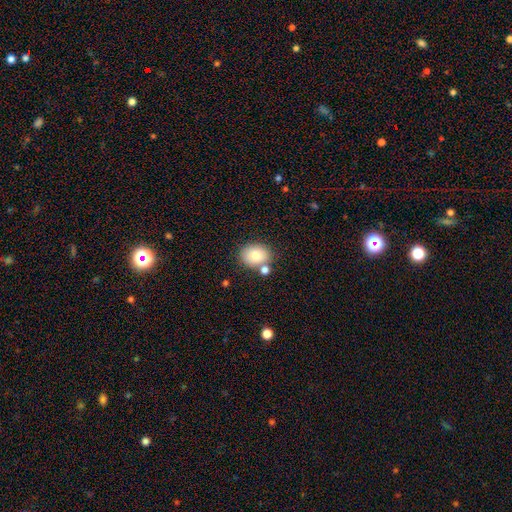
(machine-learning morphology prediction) Smooth or featured?
  - smooth: 79% *
  - featured or disk: 12%
  - star or artifact: 9%
How rounded?
  - in between: 56% *
  - round: 43%
  - cigar-shaped: 1%
Merging?
  - none: 70% *
  - merger: 14%
  - minor disturbance: 12%
  - major disturbance: 3%